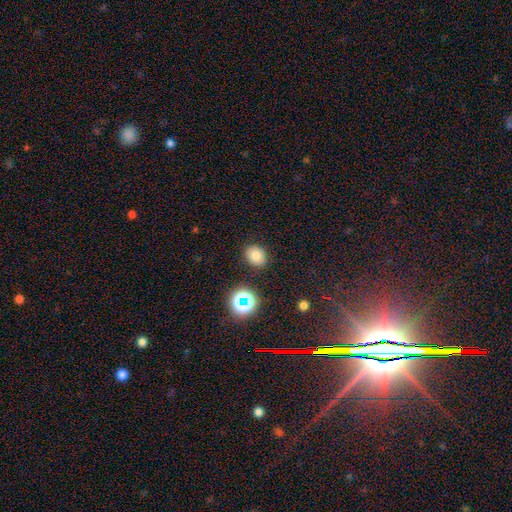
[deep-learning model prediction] Smooth or featured? smooth (75%)
How rounded? round (57%)
Merging? none (86%)